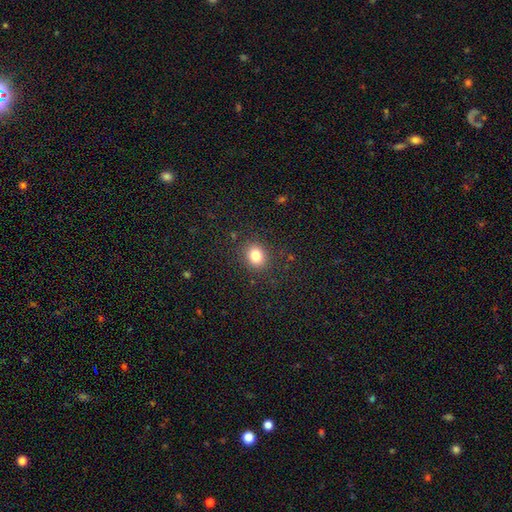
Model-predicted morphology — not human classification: smooth_or_featured: smooth (p=0.82) [alt: star or artifact p=0.12]
how_rounded: round (p=0.64) [alt: in between p=0.35]
merging: none (p=0.87) [alt: minor disturbance p=0.09]